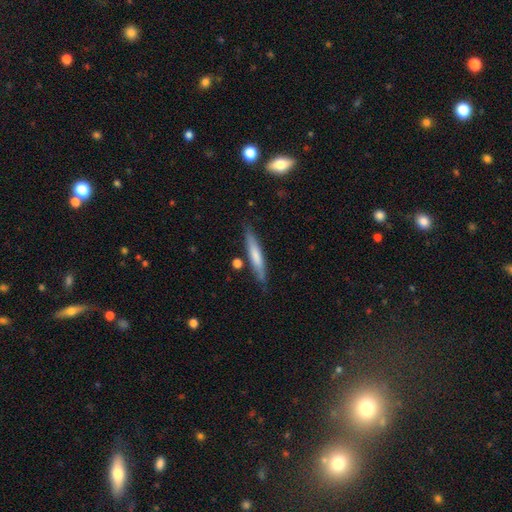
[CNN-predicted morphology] Q: Smooth or featured?
A: smooth (63%); runner-up: featured or disk (31%)
Q: How rounded?
A: cigar-shaped (91%); runner-up: in between (7%)
Q: Merging?
A: none (79%); runner-up: minor disturbance (14%)